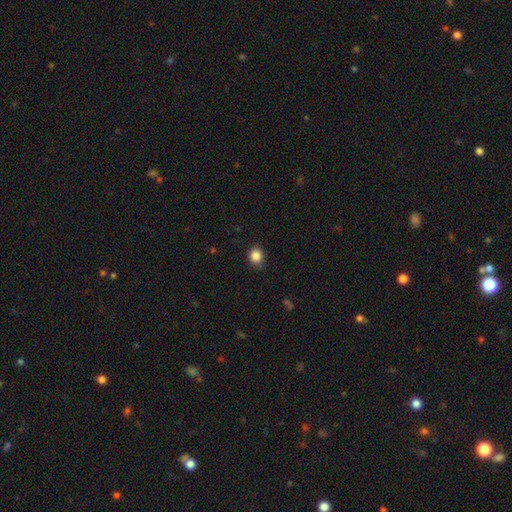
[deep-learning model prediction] smooth-or-featured: smooth: 85% | star or artifact: 11% | featured or disk: 4%
  how-rounded: round: 75% | in between: 24% | cigar-shaped: 1%
  merging: none: 79% | minor disturbance: 17% | major disturbance: 3% | merger: 1%